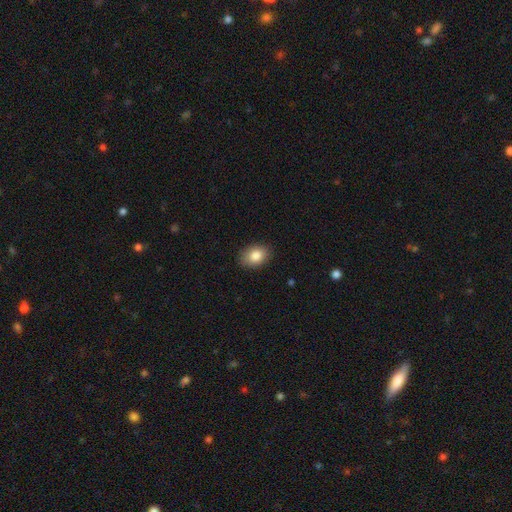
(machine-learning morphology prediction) smooth-or-featured: smooth: 85% | star or artifact: 8% | featured or disk: 7%
  how-rounded: in between: 79% | round: 20% | cigar-shaped: 1%
  merging: none: 87% | minor disturbance: 10% | major disturbance: 2% | merger: 1%